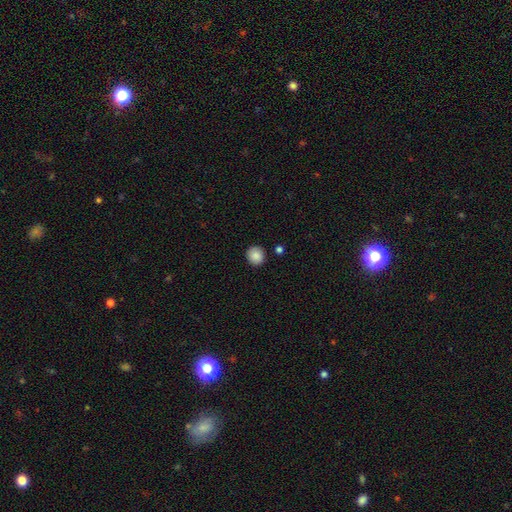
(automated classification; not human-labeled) Smooth or featured: smooth — 87% (star or artifact — 9%)
How rounded: round — 87% (in between — 12%)
Merging: none — 88% (minor disturbance — 7%)